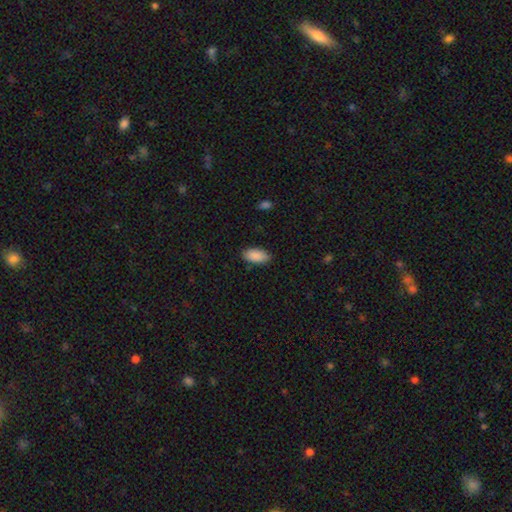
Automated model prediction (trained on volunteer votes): This is clearly a smooth galaxy (90%). How rounded: clearly in between (94%). Merging: clearly none (86%).